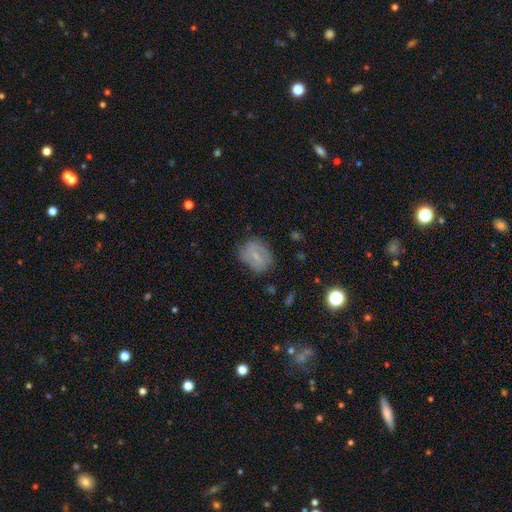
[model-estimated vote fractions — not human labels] Smooth or featured? smooth (55%)
How rounded? in between (55%)
Merging? none (69%)